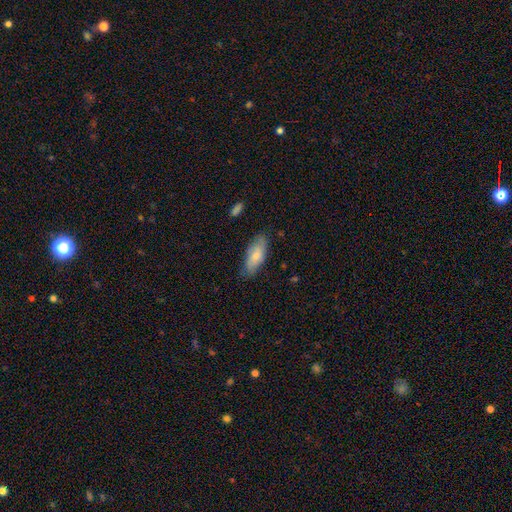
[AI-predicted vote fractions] The model was most divided on "merging": none: 75%, minor disturbance: 20%, major disturbance: 4%, merger: 2%. More confident: how rounded — in between (78%); smooth or featured — smooth (78%).